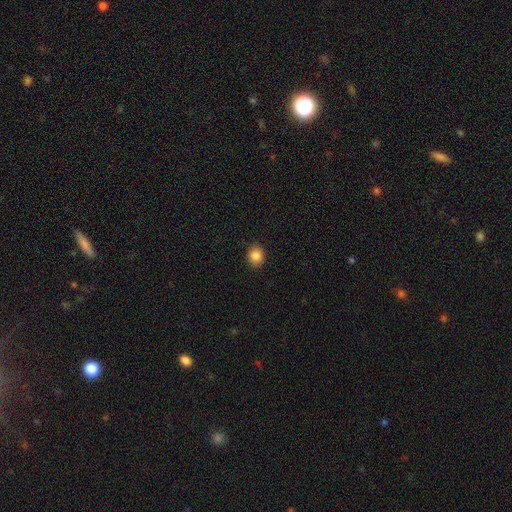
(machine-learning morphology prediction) Smooth or featured?
  - smooth: 86% *
  - star or artifact: 10%
  - featured or disk: 4%
How rounded?
  - round: 69% *
  - in between: 31%
  - cigar-shaped: 1%
Merging?
  - none: 90% *
  - minor disturbance: 7%
  - major disturbance: 2%
  - merger: 1%